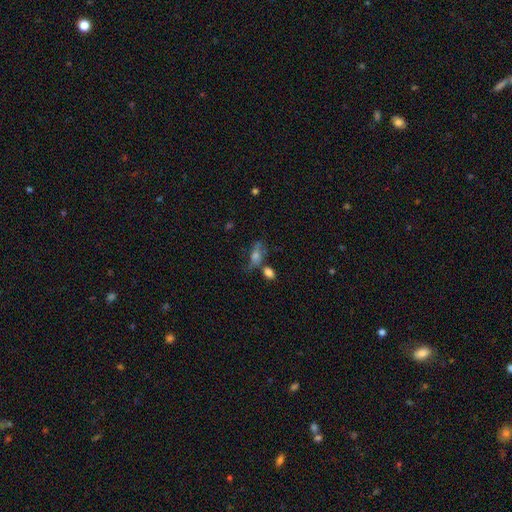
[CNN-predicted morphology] Smooth or featured?
  - smooth: 47% *
  - featured or disk: 36%
  - star or artifact: 17%
Merging?
  - none: 40% *
  - minor disturbance: 21%
  - merger: 20%
  - major disturbance: 19%